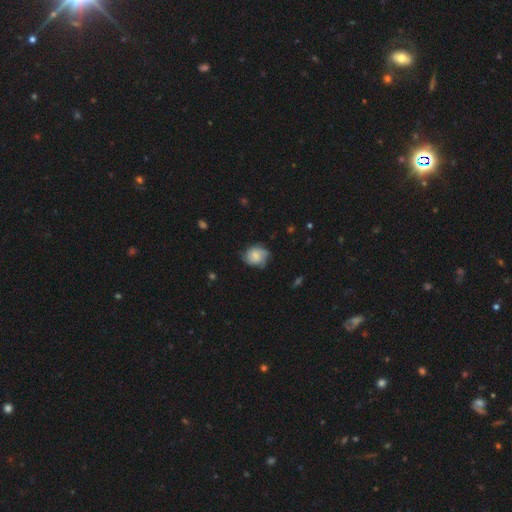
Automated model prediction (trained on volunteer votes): Overall: smooth (51%; featured or disk 41%). How rounded: round (60%; in between 39%). Merging: none (62%; minor disturbance 27%).